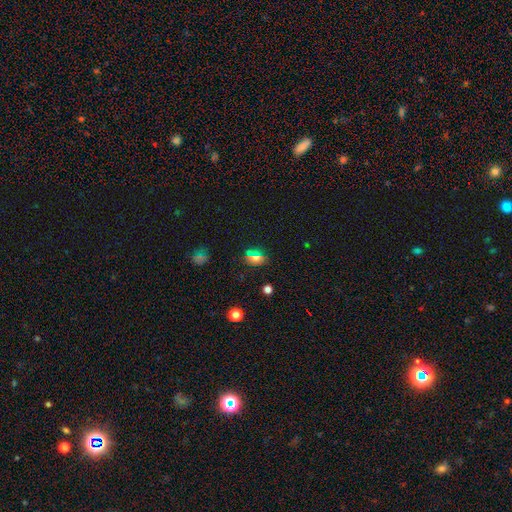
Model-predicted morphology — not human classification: Smooth or featured? Predicted: smooth (p=0.58). How rounded? Predicted: round (p=0.51). Merging? Predicted: none (p=0.82).